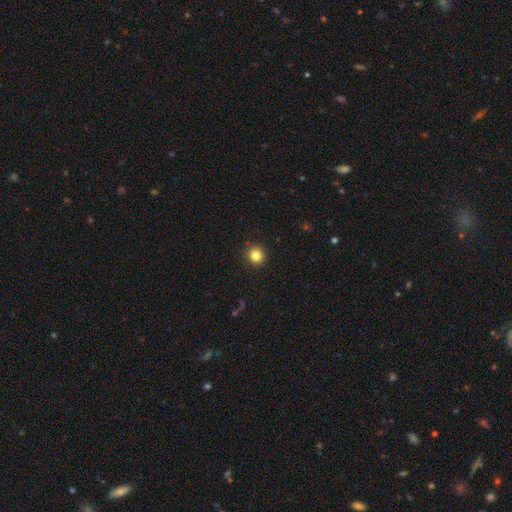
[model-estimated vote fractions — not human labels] Q: Smooth or featured?
A: smooth (83%); runner-up: star or artifact (12%)
Q: How rounded?
A: round (93%); runner-up: in between (6%)
Q: Merging?
A: none (92%); runner-up: minor disturbance (5%)